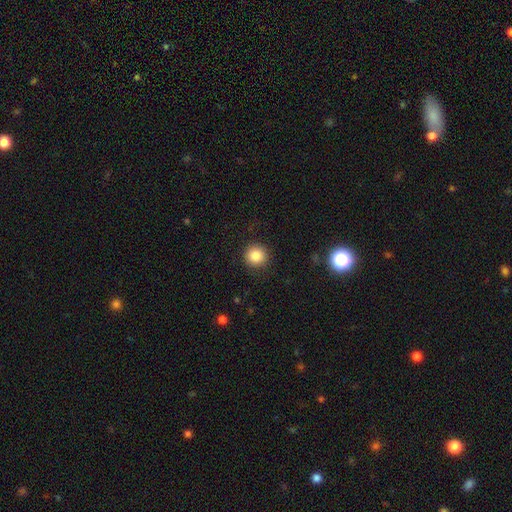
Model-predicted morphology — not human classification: Smooth or featured? smooth (85%)
How rounded? round (93%)
Merging? none (90%)